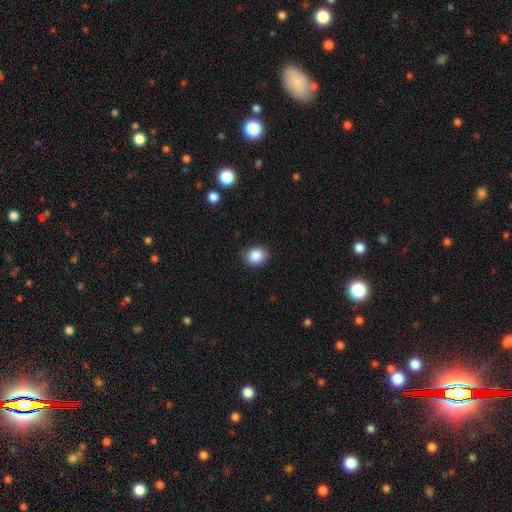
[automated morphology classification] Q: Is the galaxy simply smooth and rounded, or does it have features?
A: smooth — 88%.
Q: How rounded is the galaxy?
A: round — 59%.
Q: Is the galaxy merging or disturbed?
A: none — 82%.